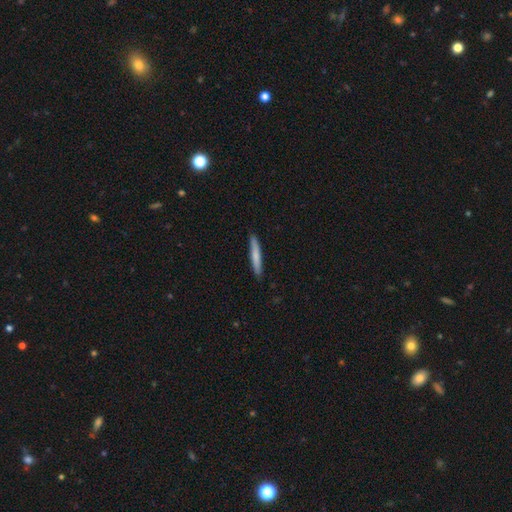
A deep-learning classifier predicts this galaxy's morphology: Smooth or featured?
  - smooth: 73% *
  - featured or disk: 22%
  - star or artifact: 5%
How rounded?
  - cigar-shaped: 95% *
  - in between: 4%
  - round: 1%
Merging?
  - none: 90% *
  - minor disturbance: 7%
  - major disturbance: 1%
  - merger: 1%